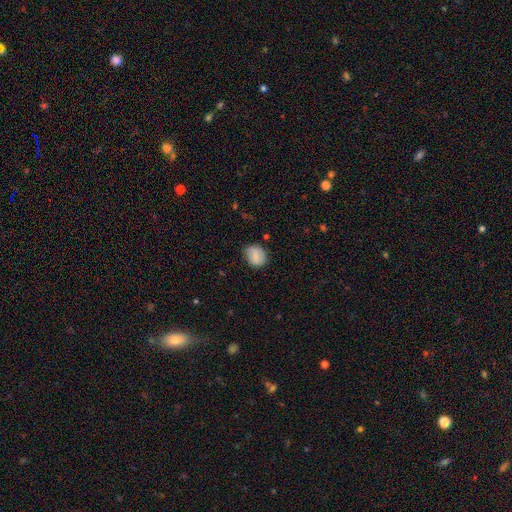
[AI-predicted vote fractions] Overall: smooth (75%). How rounded: round (58%; in between 41%). Merging: none (75%).